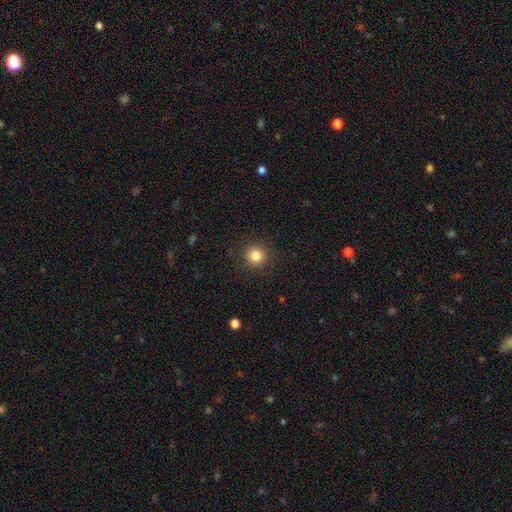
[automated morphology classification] Q: Smooth or featured?
A: smooth (83%); runner-up: star or artifact (11%)
Q: How rounded?
A: round (92%); runner-up: in between (7%)
Q: Merging?
A: none (90%); runner-up: minor disturbance (6%)